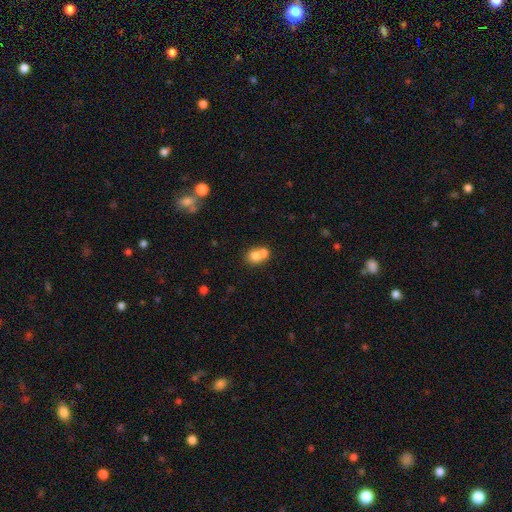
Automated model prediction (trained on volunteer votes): Smooth or featured? Predicted: smooth (p=0.74). How rounded? Predicted: round (p=0.71). Merging? Predicted: merger (p=0.60).